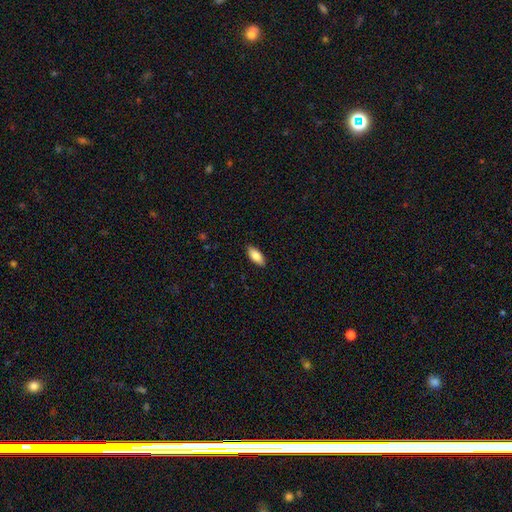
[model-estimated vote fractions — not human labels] smooth-or-featured: smooth: 84% | featured or disk: 10% | star or artifact: 6%
  how-rounded: in between: 83% | cigar-shaped: 15% | round: 2%
  merging: none: 88% | minor disturbance: 9% | major disturbance: 2% | merger: 1%